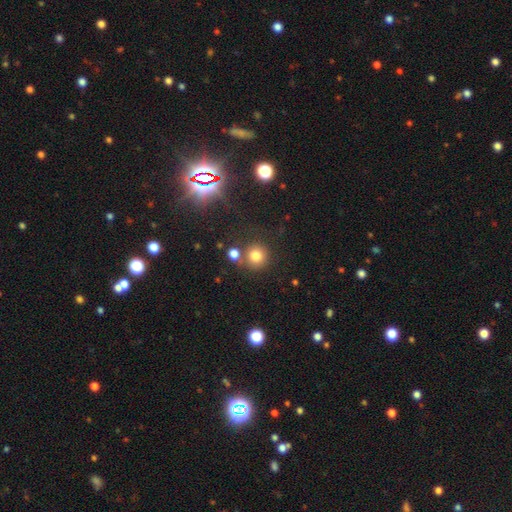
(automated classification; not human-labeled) smooth_or_featured: smooth (p=0.77) [alt: star or artifact p=0.15]
how_rounded: round (p=0.92) [alt: in between p=0.08]
merging: none (p=0.70) [alt: merger p=0.16]